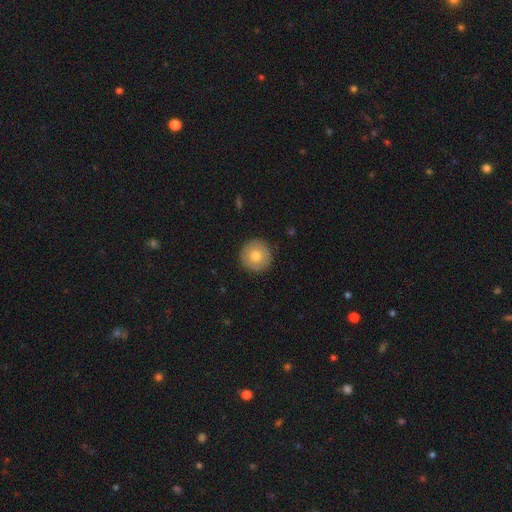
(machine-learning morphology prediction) The model was most divided on "smooth or featured": smooth: 77%, featured or disk: 15%, star or artifact: 8%. More confident: how rounded — round (96%); merging — none (92%).